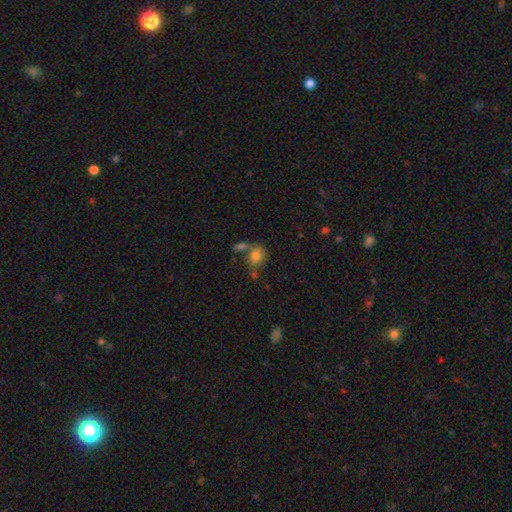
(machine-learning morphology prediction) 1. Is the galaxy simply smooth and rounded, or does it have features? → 76% smooth, 13% featured or disk, 11% star or artifact.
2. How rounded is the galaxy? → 51% in between, 47% round, 2% cigar-shaped.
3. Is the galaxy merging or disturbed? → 47% none, 31% merger, 15% minor disturbance, 7% major disturbance.